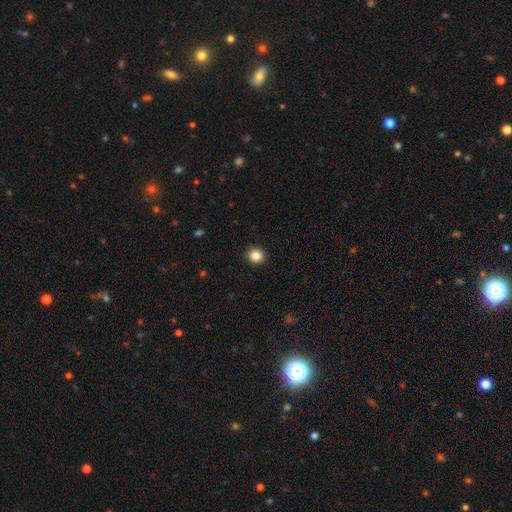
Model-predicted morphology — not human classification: Smooth or featured? Predicted: smooth (p=0.85). How rounded? Predicted: round (p=0.91). Merging? Predicted: none (p=0.93).